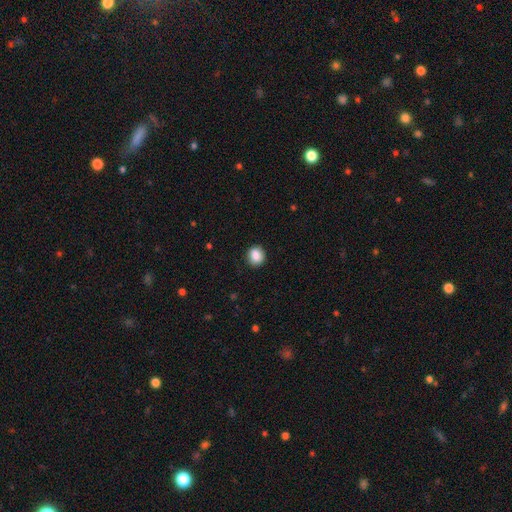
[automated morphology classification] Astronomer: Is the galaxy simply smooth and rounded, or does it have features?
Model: smooth — 86%.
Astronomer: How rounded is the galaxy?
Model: round — 70%.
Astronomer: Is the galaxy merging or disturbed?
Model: none — 87%.